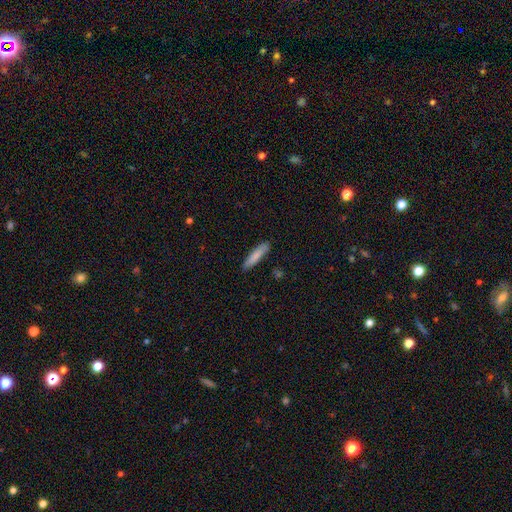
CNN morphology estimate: smooth 82%, featured or disk 13%, star or artifact 6%. Down the decision tree: how rounded — cigar-shaped (83%); merging — none (85%).